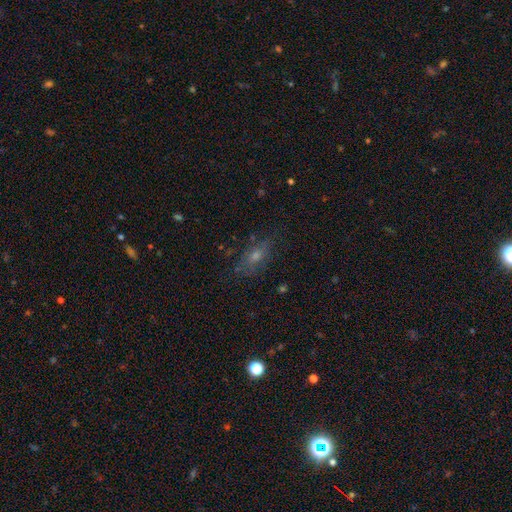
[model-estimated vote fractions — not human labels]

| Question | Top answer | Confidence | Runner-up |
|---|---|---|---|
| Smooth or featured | smooth | 46% | featured or disk (30%) |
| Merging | none | 72% | minor disturbance (18%) |